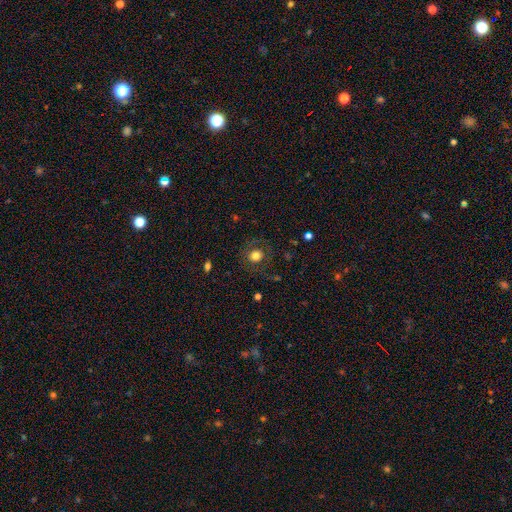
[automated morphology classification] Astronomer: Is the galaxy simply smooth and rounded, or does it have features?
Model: smooth — 70%.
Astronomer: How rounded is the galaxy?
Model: round — 87%.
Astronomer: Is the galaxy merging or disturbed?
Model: none — 80%.